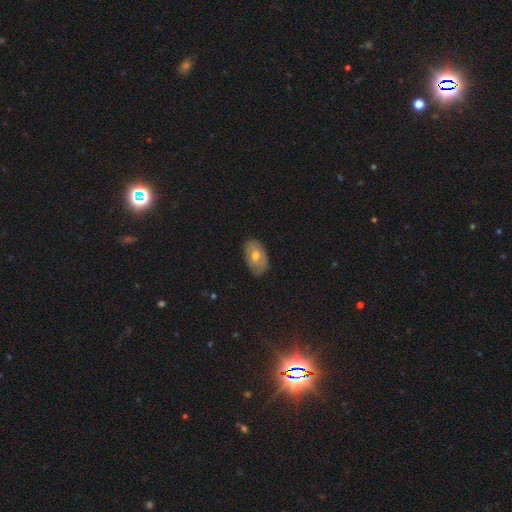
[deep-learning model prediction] Smooth or featured?
  - smooth: 48% *
  - featured or disk: 44%
  - star or artifact: 8%
Merging?
  - none: 78% *
  - minor disturbance: 18%
  - major disturbance: 3%
  - merger: 1%